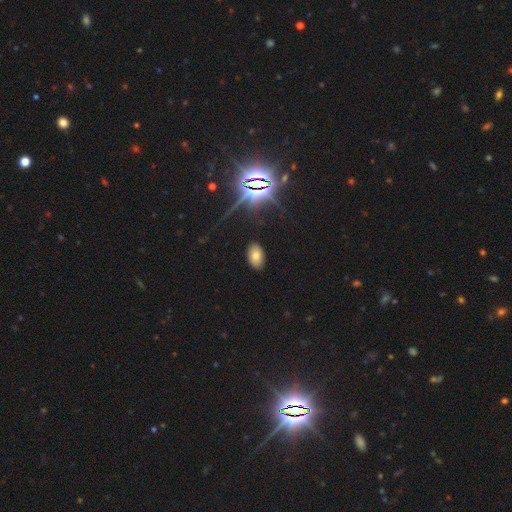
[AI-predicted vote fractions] Overall: smooth (63%; star or artifact 26%). How rounded: in between (92%). Merging: none (88%).